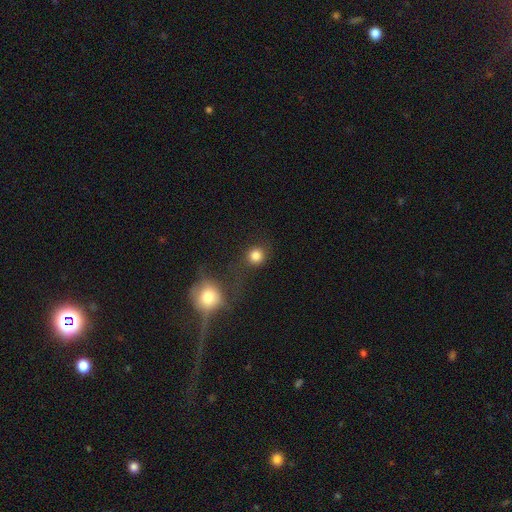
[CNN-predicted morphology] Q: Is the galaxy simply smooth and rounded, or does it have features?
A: smooth — 82%.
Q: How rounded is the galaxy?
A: round — 90%.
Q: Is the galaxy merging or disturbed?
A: none — 70%.